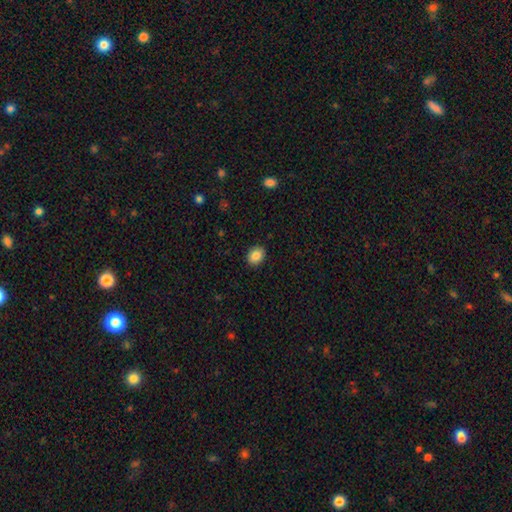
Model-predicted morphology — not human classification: Overall: smooth (86%). How rounded: in between (56%; round 43%). Merging: none (89%).